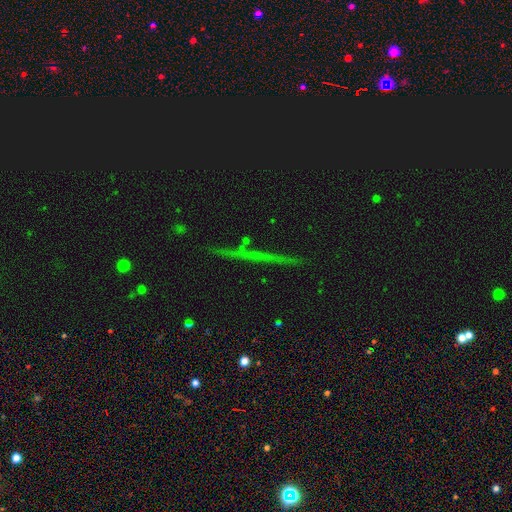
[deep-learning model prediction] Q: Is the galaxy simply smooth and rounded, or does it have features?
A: star or artifact — 46%.